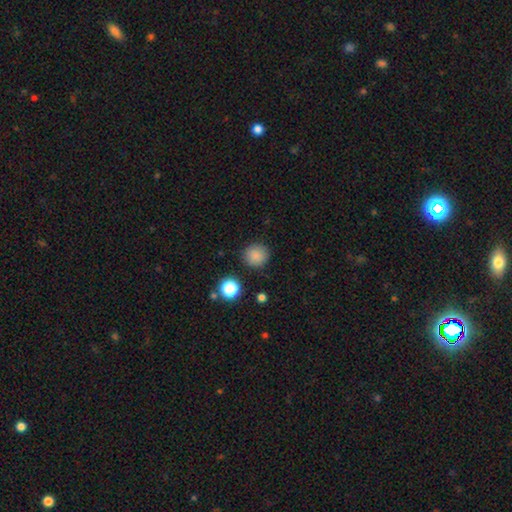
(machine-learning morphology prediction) smooth 85%, star or artifact 11%, featured or disk 4%. Down the decision tree: how rounded — round (93%); merging — none (89%).